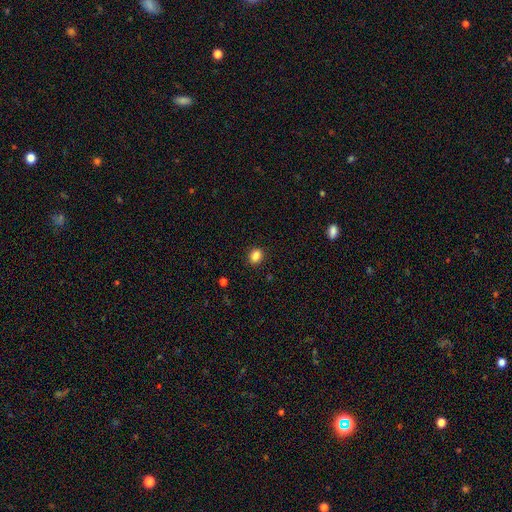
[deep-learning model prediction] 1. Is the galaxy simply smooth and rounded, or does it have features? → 86% smooth, 10% star or artifact, 4% featured or disk.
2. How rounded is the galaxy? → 50% in between, 49% round, 1% cigar-shaped.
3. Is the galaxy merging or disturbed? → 90% none, 7% minor disturbance, 2% major disturbance, 1% merger.